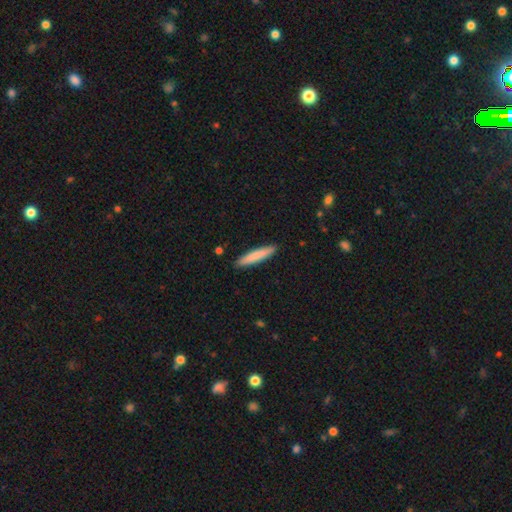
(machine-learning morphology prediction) smooth 82%, featured or disk 13%, star or artifact 5%. Down the decision tree: how rounded — cigar-shaped (91%); merging — none (91%).